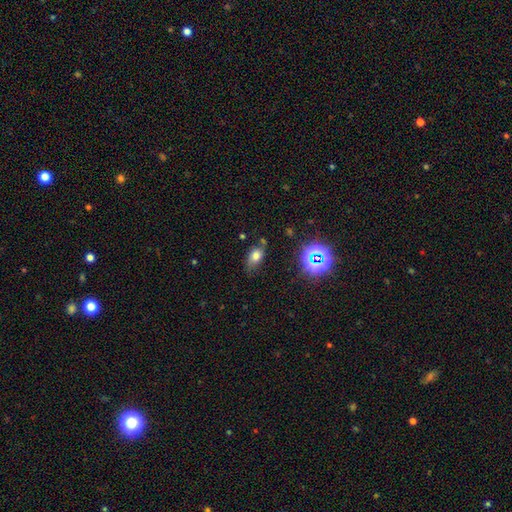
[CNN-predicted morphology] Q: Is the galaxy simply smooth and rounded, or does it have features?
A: smooth — 68%.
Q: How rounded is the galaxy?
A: in between — 82%.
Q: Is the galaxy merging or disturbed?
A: none — 62%.